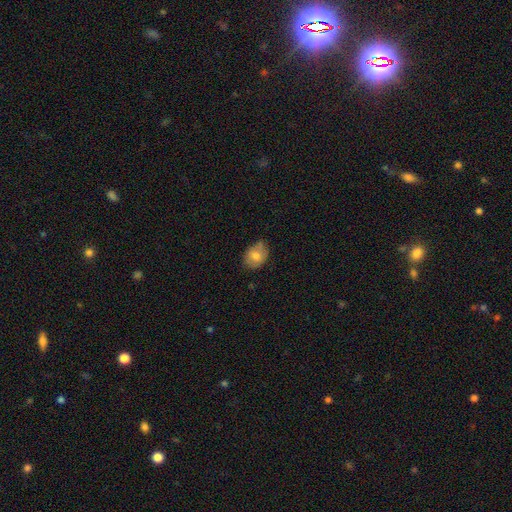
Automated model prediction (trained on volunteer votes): smooth-or-featured: smooth: 76% | featured or disk: 16% | star or artifact: 8%
  how-rounded: in between: 70% | round: 29% | cigar-shaped: 1%
  merging: none: 65% | minor disturbance: 28% | major disturbance: 5% | merger: 2%